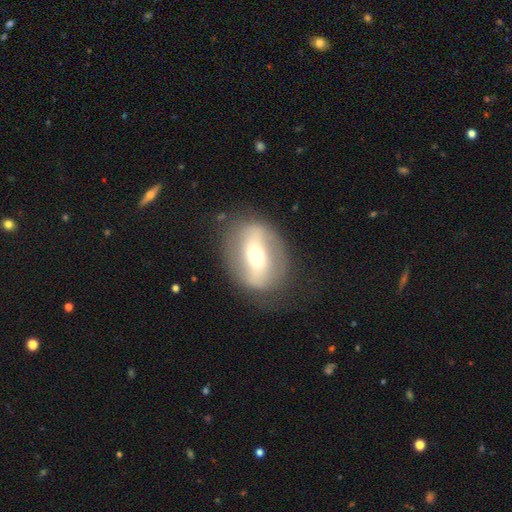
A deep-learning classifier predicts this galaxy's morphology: A featured or disk galaxy (62%) with a strong bar (55%), no spiral arms (56%) and a moderate central bulge (62%).

Vote fractions:
- Smooth or featured? featured or disk: 62% / smooth: 30% / star or artifact: 8%
- Edge-on disk? no: 88% / yes: 12%
- Bar? strong: 55% / weak: 27% / no: 19%
- Spiral arms? no: 56% / yes: 44%
- Bulge size? moderate: 62% / small: 22% / large: 13% / dominant: 2% / none: 1%
- Merging? none: 78% / minor disturbance: 14% / major disturbance: 7% / merger: 2%